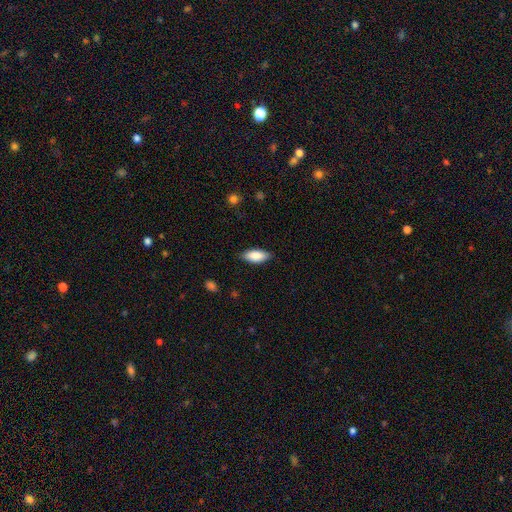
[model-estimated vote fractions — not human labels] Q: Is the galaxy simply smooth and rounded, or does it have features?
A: smooth — 86%.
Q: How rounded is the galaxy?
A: in between — 86%.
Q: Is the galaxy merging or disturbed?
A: none — 85%.